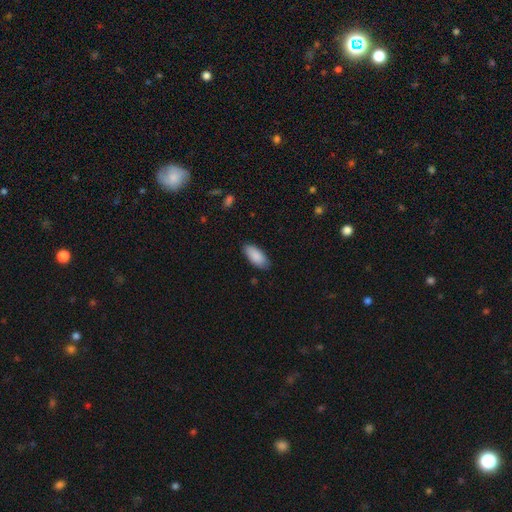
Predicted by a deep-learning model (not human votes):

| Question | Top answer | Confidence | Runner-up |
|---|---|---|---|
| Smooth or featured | smooth | 89% | star or artifact (6%) |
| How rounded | in between | 88% | cigar-shaped (11%) |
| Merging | none | 84% | minor disturbance (12%) |